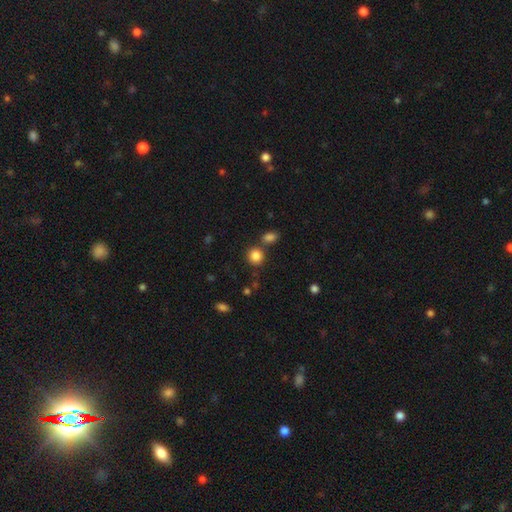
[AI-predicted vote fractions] Smooth or featured?
  - smooth: 85% *
  - star or artifact: 10%
  - featured or disk: 5%
How rounded?
  - round: 84% *
  - in between: 15%
  - cigar-shaped: 1%
Merging?
  - none: 72% *
  - merger: 16%
  - minor disturbance: 9%
  - major disturbance: 3%